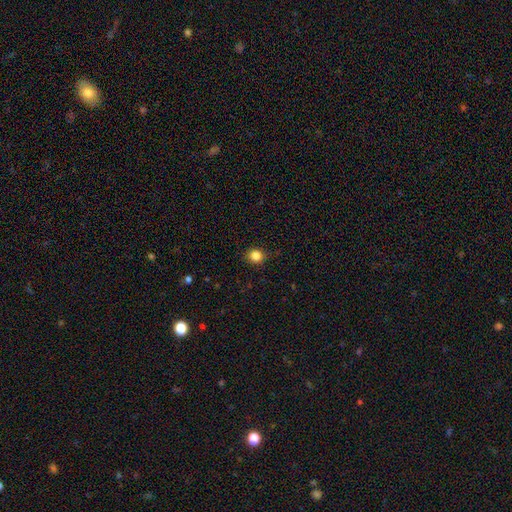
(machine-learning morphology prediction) Overall: smooth (85%). How rounded: round (86%). Merging: none (89%).